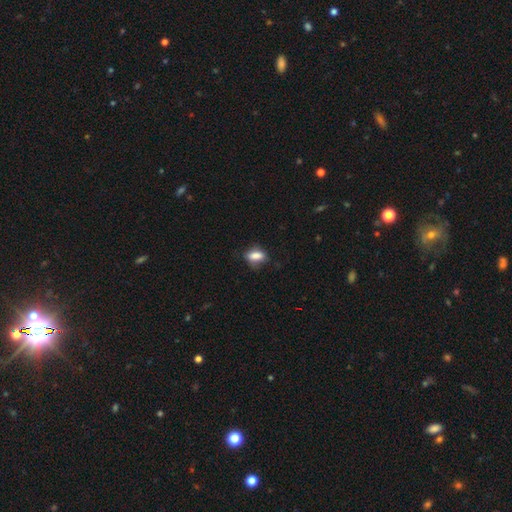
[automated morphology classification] This appears to be a smooth galaxy with no disk features (82%) that is in between round and cigar-shaped (80%). Merging: none (67%).